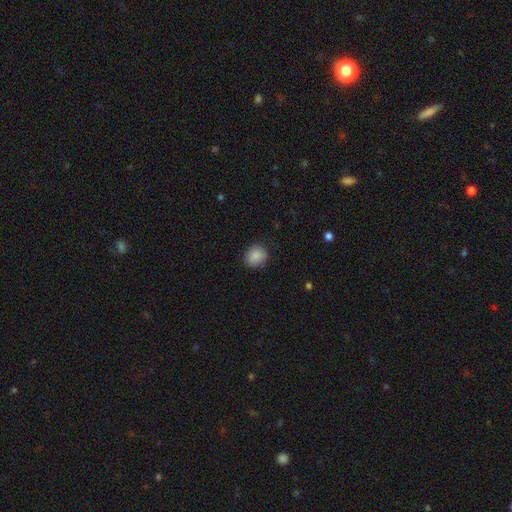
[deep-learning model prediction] This is clearly a smooth galaxy (88%). How rounded: likely round (77%). Merging: clearly none (85%).